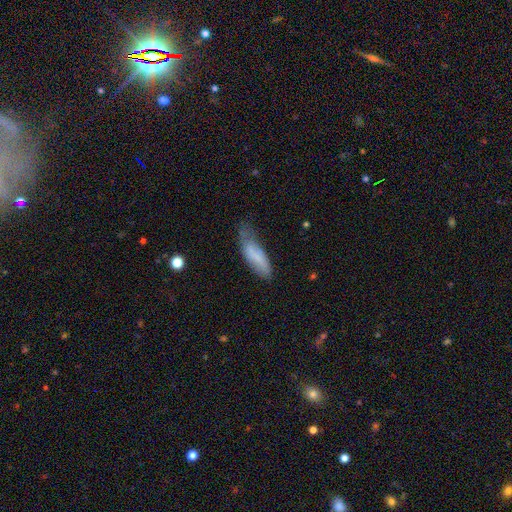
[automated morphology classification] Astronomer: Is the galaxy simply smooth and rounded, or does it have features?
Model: smooth — 69%.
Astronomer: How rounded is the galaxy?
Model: in between — 52% (runner-up: cigar-shaped, 46%).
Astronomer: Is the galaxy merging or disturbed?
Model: minor disturbance — 41% (runner-up: none, 38%).